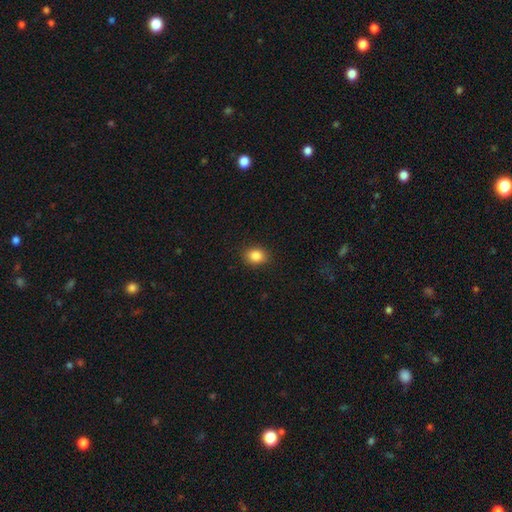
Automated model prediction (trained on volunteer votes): smooth 86%, star or artifact 10%, featured or disk 4%. Down the decision tree: how rounded — round (51%); merging — none (88%).